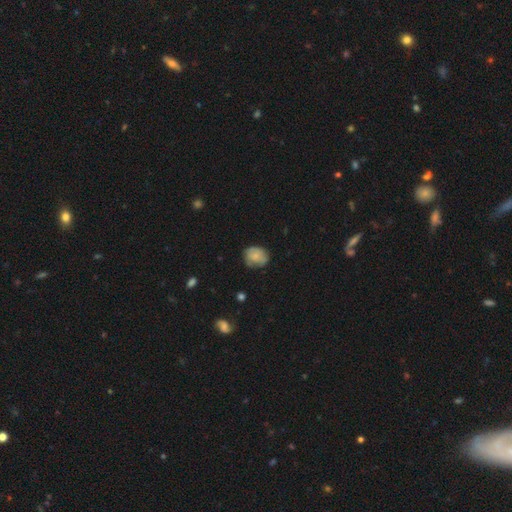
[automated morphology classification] Smooth or featured: smooth — 71% (featured or disk — 21%)
How rounded: round — 56% (in between — 43%)
Merging: none — 67% (minor disturbance — 25%)